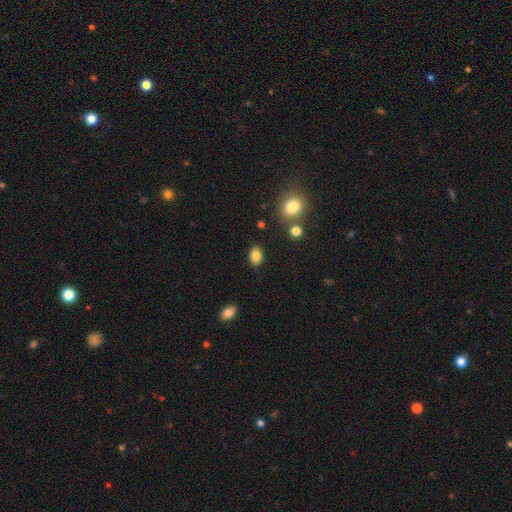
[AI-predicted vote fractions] Smooth or featured: smooth — 84% (star or artifact — 9%)
How rounded: in between — 79% (round — 19%)
Merging: none — 85% (minor disturbance — 10%)